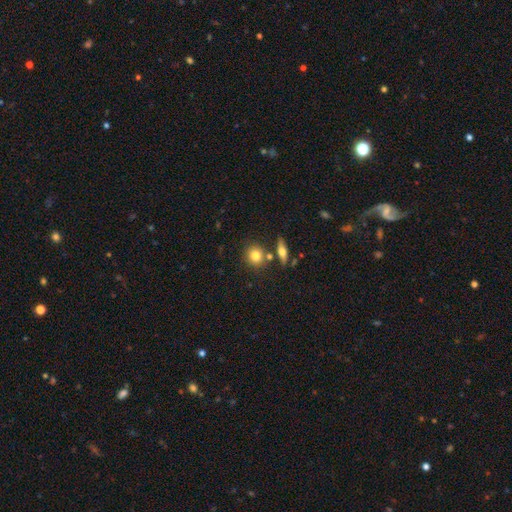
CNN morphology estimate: smooth_or_featured: smooth (p=0.78) [alt: featured or disk p=0.13]
how_rounded: round (p=0.79) [alt: in between p=0.19]
merging: none (p=0.72) [alt: merger p=0.15]